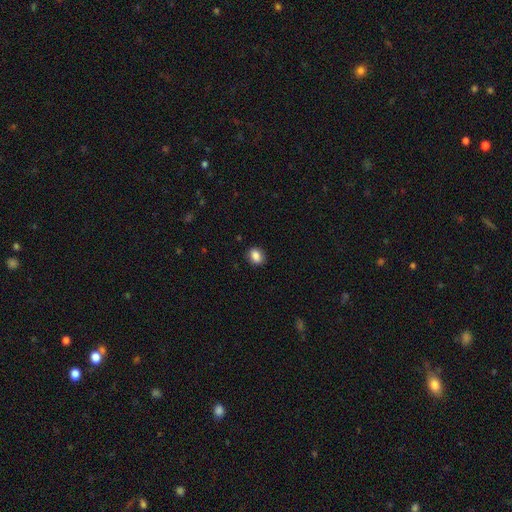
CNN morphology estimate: smooth-or-featured: smooth: 87% | star or artifact: 9% | featured or disk: 5%
  how-rounded: in between: 60% | round: 39% | cigar-shaped: 1%
  merging: none: 88% | minor disturbance: 9% | major disturbance: 2% | merger: 1%